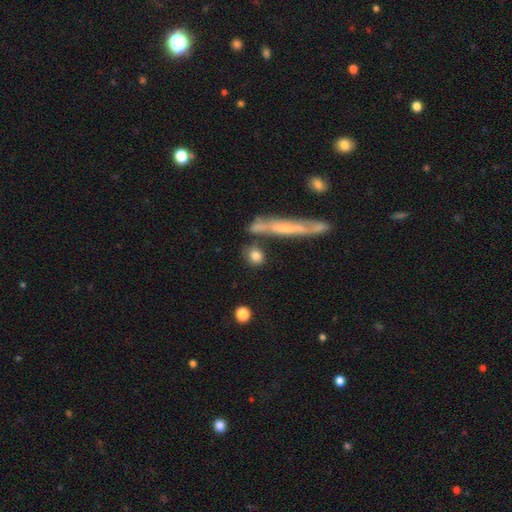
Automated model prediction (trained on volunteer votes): Morphology: type=smooth (80%); roundness=round (55%); merging=none (72%).